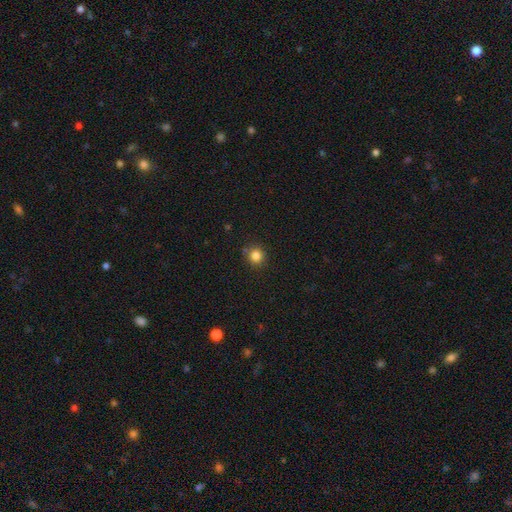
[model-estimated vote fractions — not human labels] Smooth or featured?
  - smooth: 83% *
  - star or artifact: 13%
  - featured or disk: 5%
How rounded?
  - round: 91% *
  - in between: 8%
  - cigar-shaped: 1%
Merging?
  - none: 84% *
  - minor disturbance: 9%
  - merger: 4%
  - major disturbance: 2%